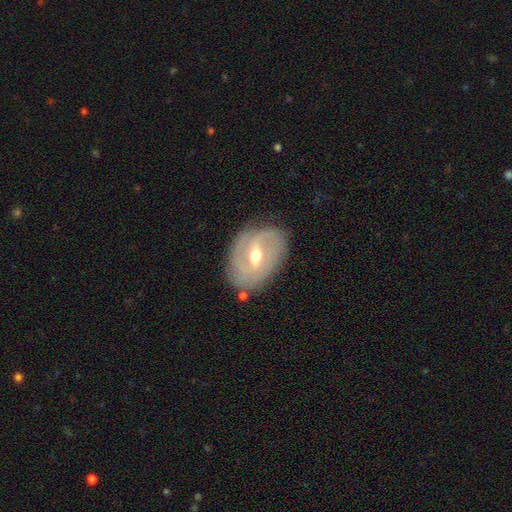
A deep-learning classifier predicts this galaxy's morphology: featured or disk 76%, smooth 18%, star or artifact 6%. Down the decision tree: edge-on disk — no (94%); bar — weak (52%); spiral arms — yes (76%); spiral arm count — 2 (53%); spiral winding — tight (47%); bulge size — moderate (72%); merging — none (75%).